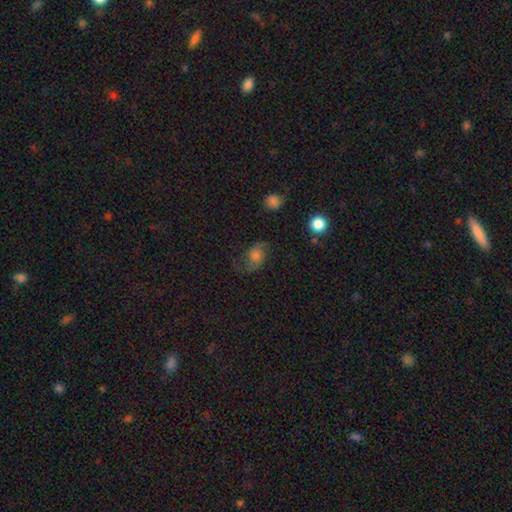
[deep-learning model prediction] A featured or disk galaxy (54%) with no bar (72%), spiral arms (89%) and a moderate central bulge (50%). Merging: none (60%).